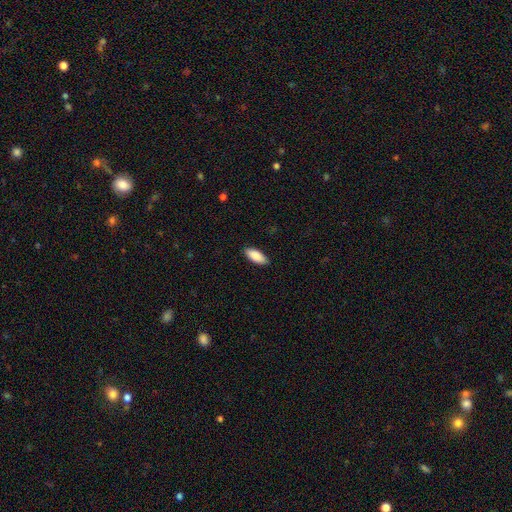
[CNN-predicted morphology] Smooth or featured? smooth (89%)
How rounded? in between (82%)
Merging? none (87%)